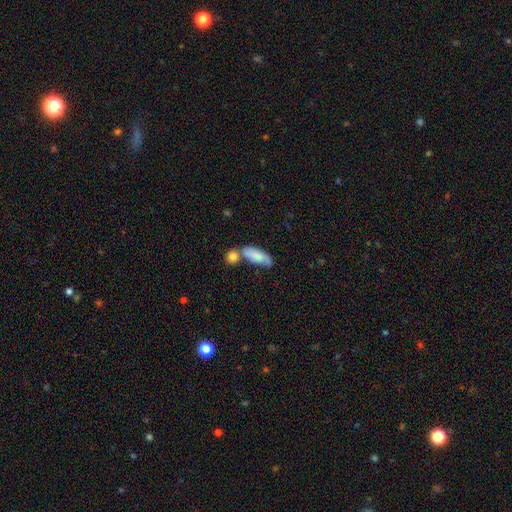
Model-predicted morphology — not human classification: The model was most divided on "merging": none: 41%, merger: 33%, minor disturbance: 19%, major disturbance: 7%. More confident: smooth or featured — smooth (76%); how rounded — in between (69%).